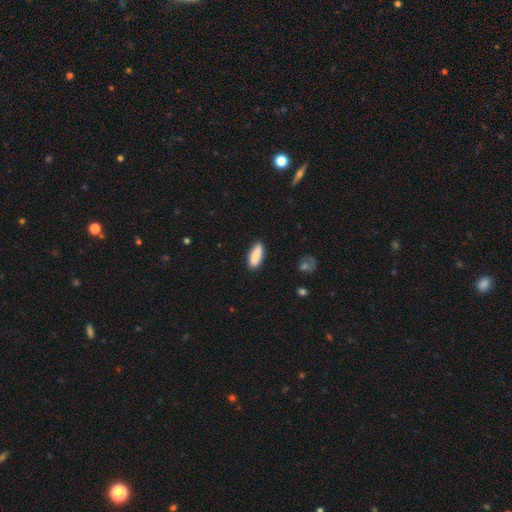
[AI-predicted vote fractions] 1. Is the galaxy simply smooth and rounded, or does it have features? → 87% smooth, 7% featured or disk, 6% star or artifact.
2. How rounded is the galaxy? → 69% in between, 29% cigar-shaped, 2% round.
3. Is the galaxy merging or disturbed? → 83% none, 13% minor disturbance, 2% major disturbance, 2% merger.